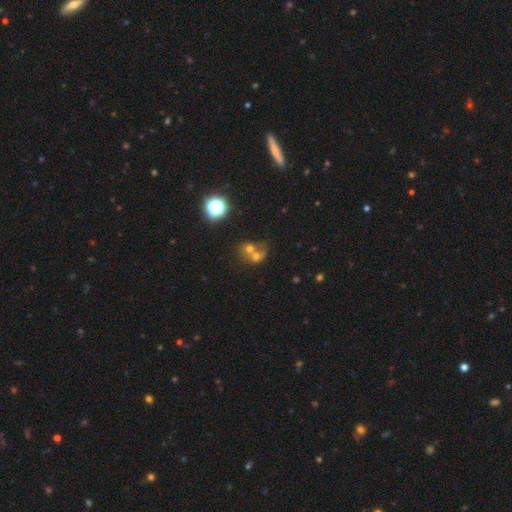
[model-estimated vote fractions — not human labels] This is possibly a smooth galaxy (53%). How rounded: likely round (67%). Merging: likely merger (70%).